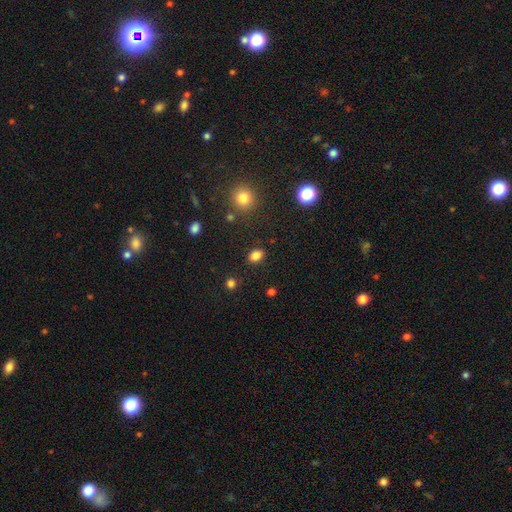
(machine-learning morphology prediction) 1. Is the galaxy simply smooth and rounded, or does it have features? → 84% smooth, 11% star or artifact, 4% featured or disk.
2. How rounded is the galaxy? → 77% in between, 21% round, 1% cigar-shaped.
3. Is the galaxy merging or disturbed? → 86% none, 9% minor disturbance, 3% major disturbance, 2% merger.